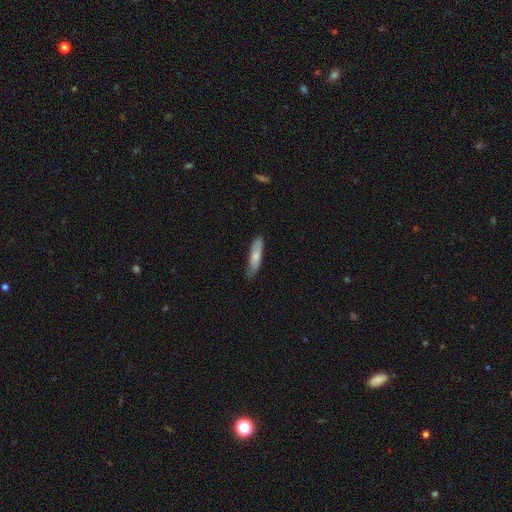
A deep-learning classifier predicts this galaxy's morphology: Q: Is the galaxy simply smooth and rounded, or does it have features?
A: smooth — 75%.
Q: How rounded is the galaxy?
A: cigar-shaped — 74%.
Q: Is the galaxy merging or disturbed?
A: none — 73%.